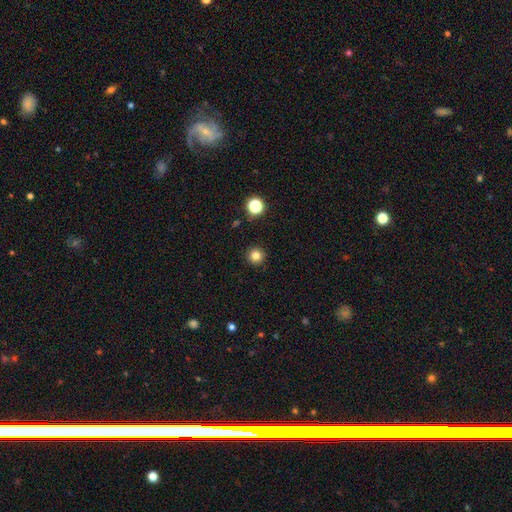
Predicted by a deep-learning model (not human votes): Morphology: type=smooth (82%); roundness=round (96%); merging=none (93%).